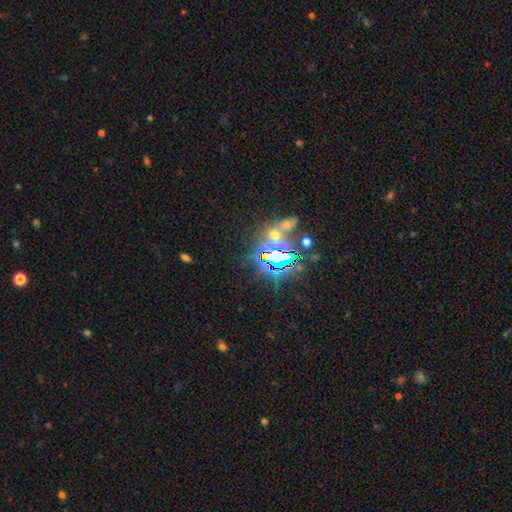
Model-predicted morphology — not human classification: Smooth or featured? star or artifact (79%)